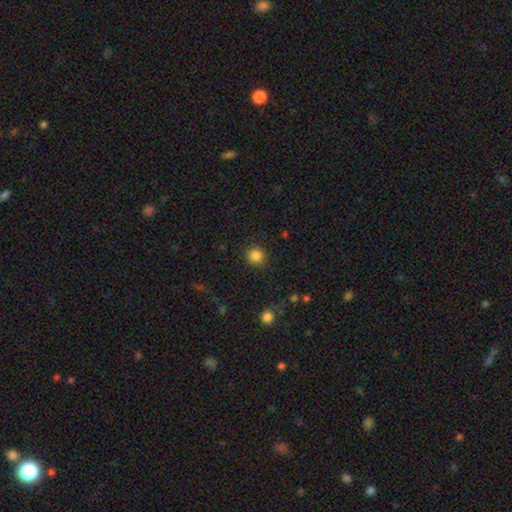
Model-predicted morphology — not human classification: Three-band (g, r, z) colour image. It shows a smooth galaxy with no disk features (85%) that is round (92%). Merging: none (90%).